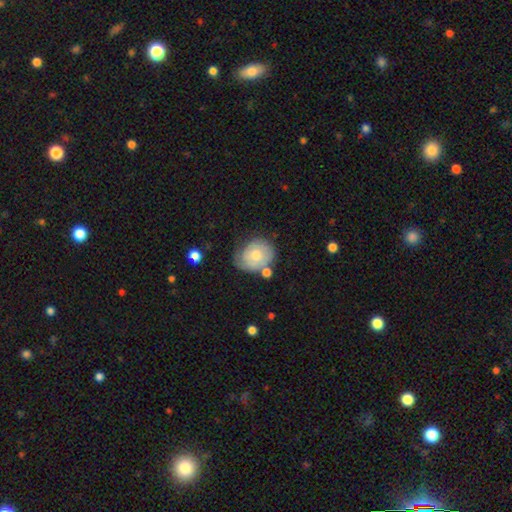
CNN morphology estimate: This is likely a smooth galaxy (62%). How rounded: likely round (60%). Merging: possibly none (53%).